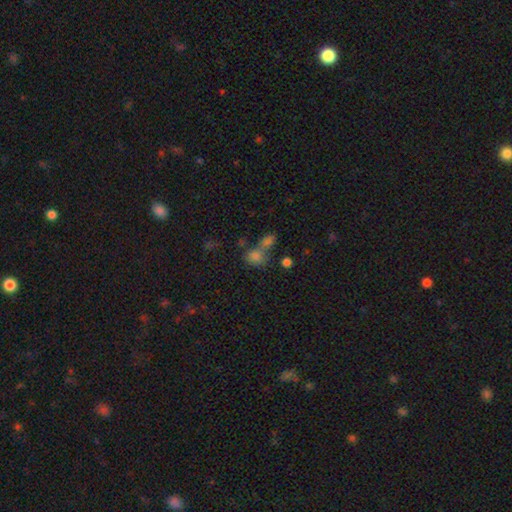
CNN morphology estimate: smooth 74%, star or artifact 16%, featured or disk 10%. Down the decision tree: how rounded — round (50%); merging — merger (46%).